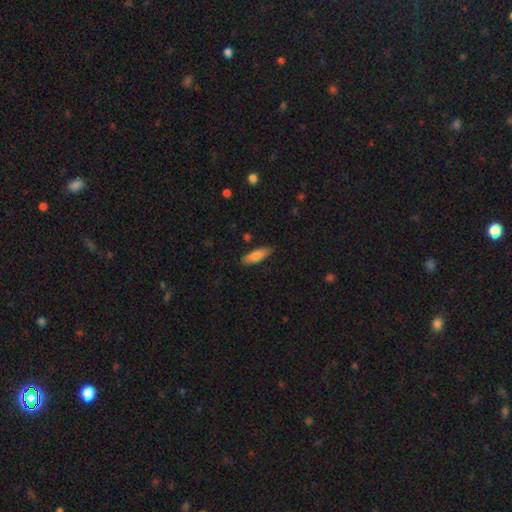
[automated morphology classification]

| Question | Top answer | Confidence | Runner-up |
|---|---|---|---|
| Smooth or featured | smooth | 79% | featured or disk (15%) |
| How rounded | cigar-shaped | 56% | in between (43%) |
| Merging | none | 87% | minor disturbance (10%) |